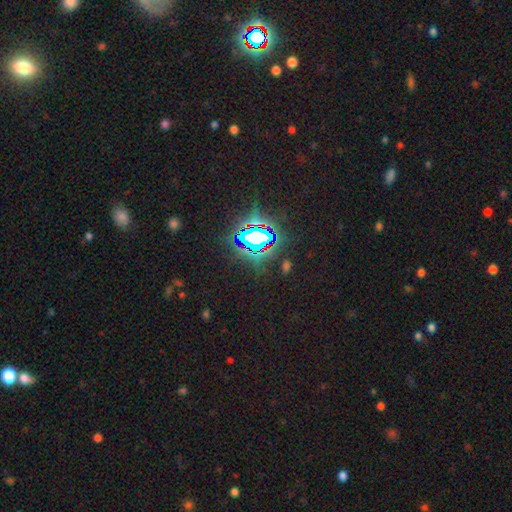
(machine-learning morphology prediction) smooth_or_featured: star or artifact (p=0.83) [alt: smooth p=0.10]